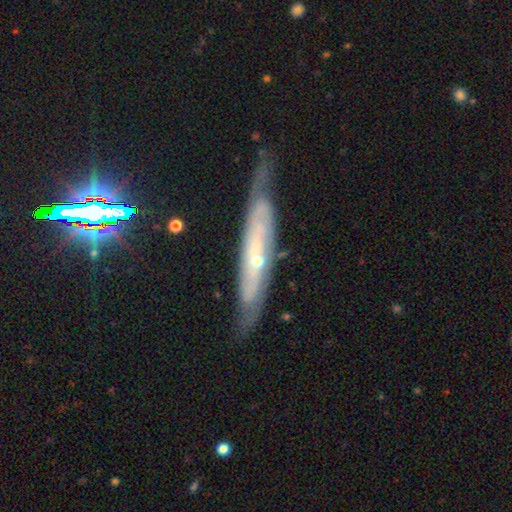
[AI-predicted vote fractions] A featured or disk galaxy (74%) viewed edge-on (50%, tied with no).

Vote fractions:
- Smooth or featured? featured or disk: 74% / smooth: 17% / star or artifact: 8%
- Edge-on disk? yes: 50% (tied) / no: 50% (tied)
- Merging? none: 64% / minor disturbance: 24% / major disturbance: 8% / merger: 3%